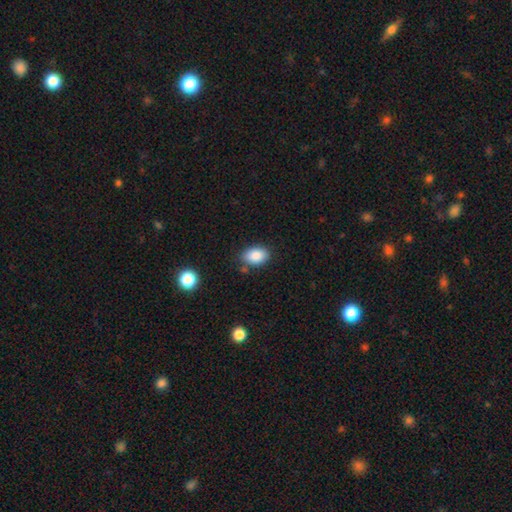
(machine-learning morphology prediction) Smooth or featured? Predicted: smooth (p=0.87). How rounded? Predicted: in between (p=0.84). Merging? Predicted: none (p=0.78).